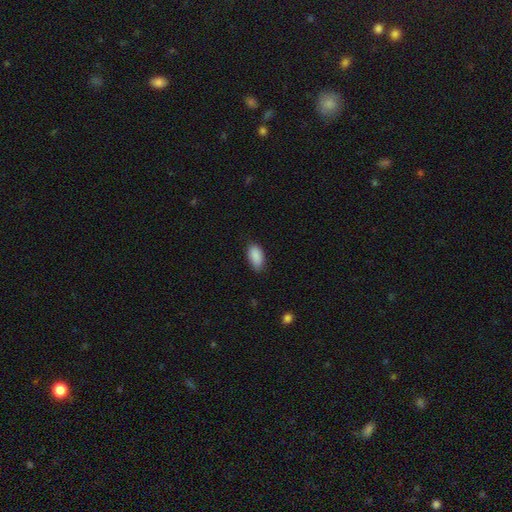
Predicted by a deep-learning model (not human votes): This is clearly a smooth galaxy (89%). How rounded: clearly in between (93%). Merging: likely none (78%).